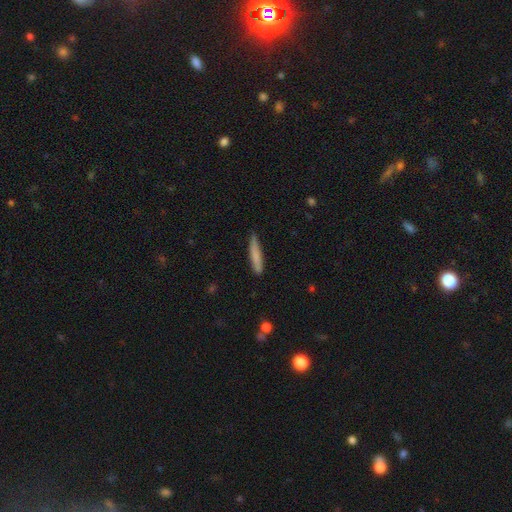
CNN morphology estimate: Smooth or featured? smooth (76%)
How rounded? cigar-shaped (93%)
Merging? none (82%)